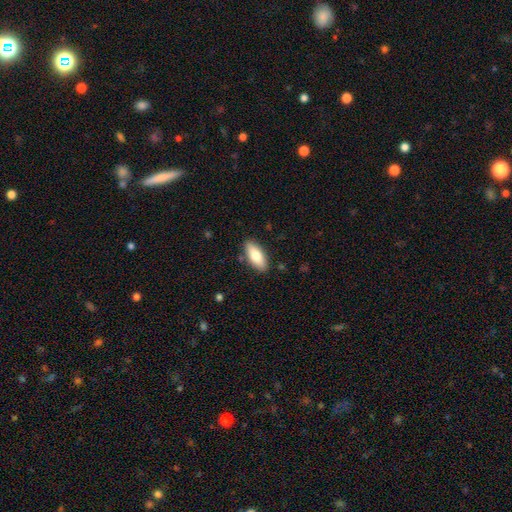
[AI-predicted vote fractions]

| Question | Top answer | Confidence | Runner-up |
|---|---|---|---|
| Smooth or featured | smooth | 77% | featured or disk (17%) |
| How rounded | in between | 82% | cigar-shaped (16%) |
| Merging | none | 87% | minor disturbance (10%) |